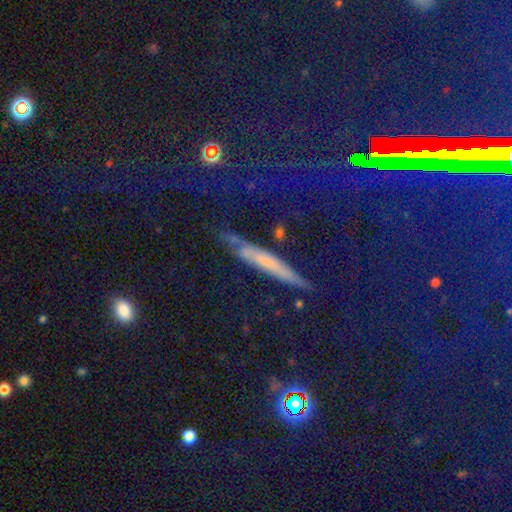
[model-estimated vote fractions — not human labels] smooth 46%, featured or disk 31%, star or artifact 23%. Down the decision tree: merging — none (67%).